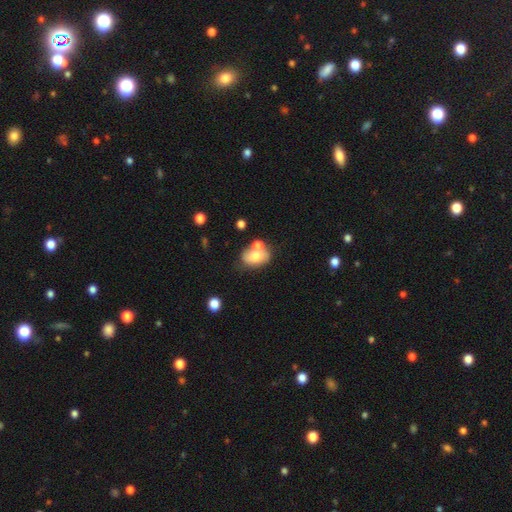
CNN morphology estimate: The model was most divided on "merging": none: 41%, merger: 34%, minor disturbance: 18%, major disturbance: 7%. More confident: how rounded — in between (77%); smooth or featured — smooth (65%).